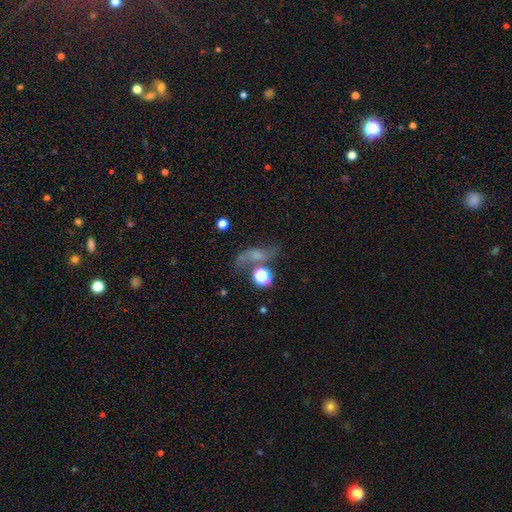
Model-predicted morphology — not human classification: Overall: featured or disk (48%; smooth 33%). Merging: none (51%; minor disturbance 20%).